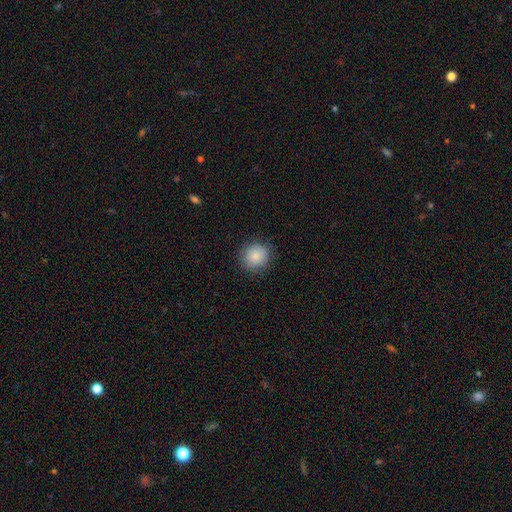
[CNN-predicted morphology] Smooth or featured?
  - smooth: 85% *
  - star or artifact: 8%
  - featured or disk: 7%
How rounded?
  - round: 86% *
  - in between: 13%
  - cigar-shaped: 1%
Merging?
  - none: 87% *
  - minor disturbance: 9%
  - major disturbance: 3%
  - merger: 1%